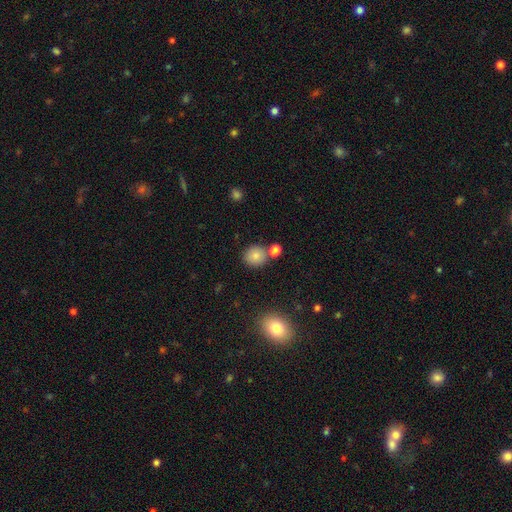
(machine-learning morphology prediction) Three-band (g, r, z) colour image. It shows a smooth galaxy with no disk features (82%) that is round (82%). Merging: none (70%).